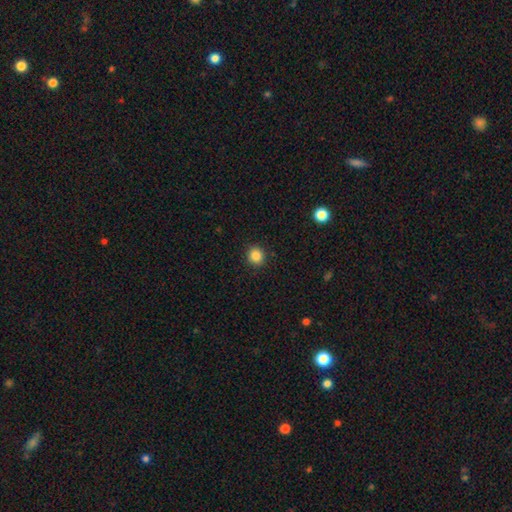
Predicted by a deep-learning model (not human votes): Smooth or featured?
  - smooth: 86% *
  - star or artifact: 11%
  - featured or disk: 4%
How rounded?
  - round: 88% *
  - in between: 11%
  - cigar-shaped: 1%
Merging?
  - none: 91% *
  - minor disturbance: 6%
  - major disturbance: 2%
  - merger: 1%